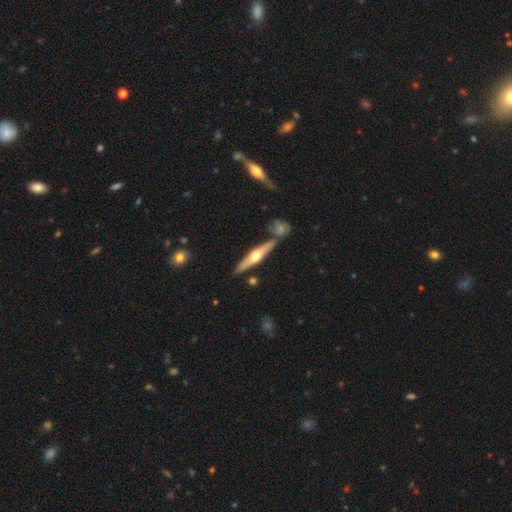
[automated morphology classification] featured or disk 63%, smooth 32%, star or artifact 5%. Down the decision tree: edge-on disk — yes (94%); edge-on bulge — rounded (93%); merging — none (79%).